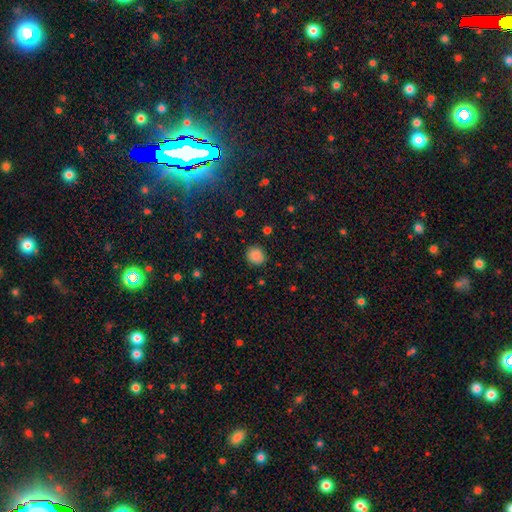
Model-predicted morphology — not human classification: The model was most divided on "how rounded": round: 81%, in between: 19%, cigar-shaped: 1%. More confident: merging — none (88%); smooth or featured — smooth (87%).